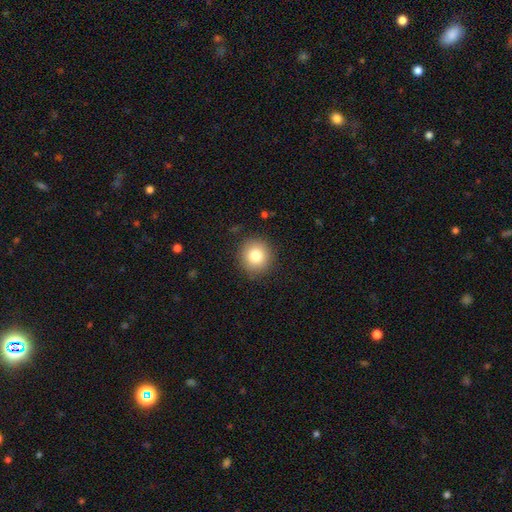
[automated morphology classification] type=smooth (81%); roundness=round (91%); merging=none (89%).